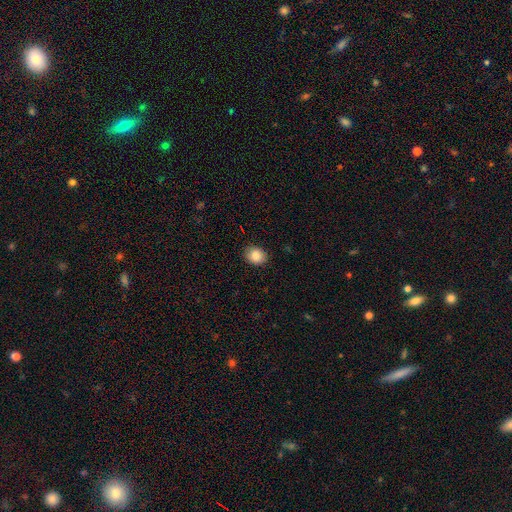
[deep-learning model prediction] The model was most divided on "how rounded": round: 62%, in between: 37%, cigar-shaped: 1%. More confident: smooth or featured — smooth (88%); merging — none (87%).